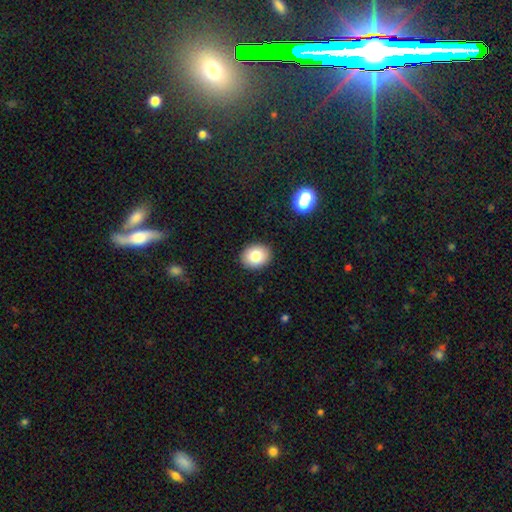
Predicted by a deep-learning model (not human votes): smooth 81%, featured or disk 10%, star or artifact 10%. Down the decision tree: how rounded — round (53%); merging — none (90%).